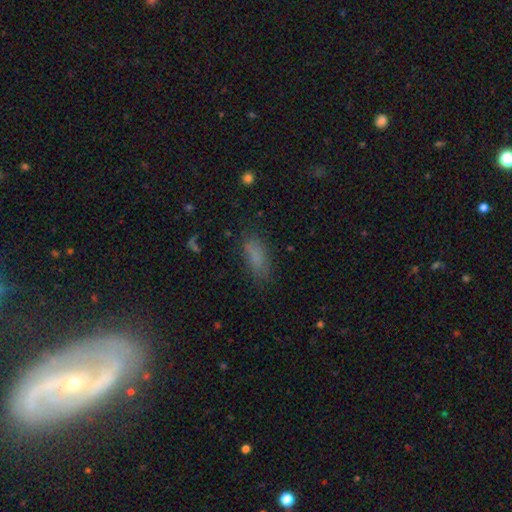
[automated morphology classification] Q: Smooth or featured?
A: smooth (80%); runner-up: star or artifact (12%)
Q: How rounded?
A: in between (69%); runner-up: cigar-shaped (28%)
Q: Merging?
A: none (76%); runner-up: minor disturbance (17%)